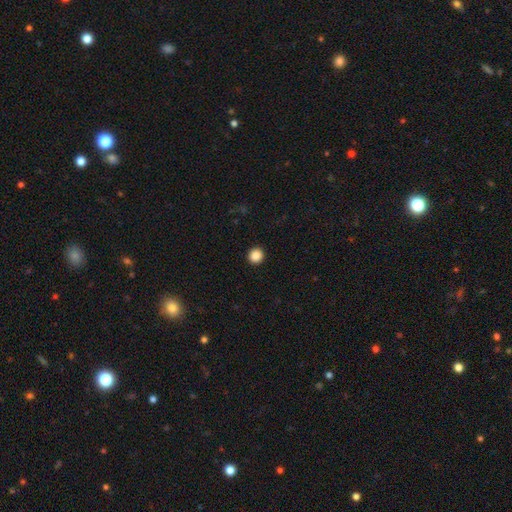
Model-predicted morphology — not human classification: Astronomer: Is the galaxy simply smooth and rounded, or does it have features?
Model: smooth — 88%.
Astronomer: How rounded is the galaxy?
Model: round — 94%.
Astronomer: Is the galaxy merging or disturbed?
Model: none — 94%.